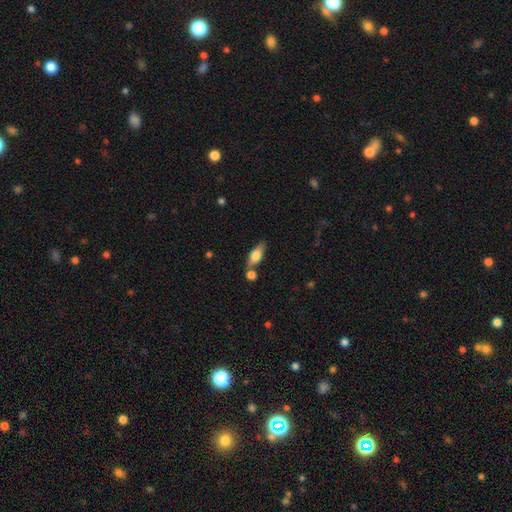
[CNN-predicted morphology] The model was most divided on "smooth or featured": smooth: 69%, featured or disk: 24%, star or artifact: 7%. More confident: how rounded — in between (72%); merging — none (64%).